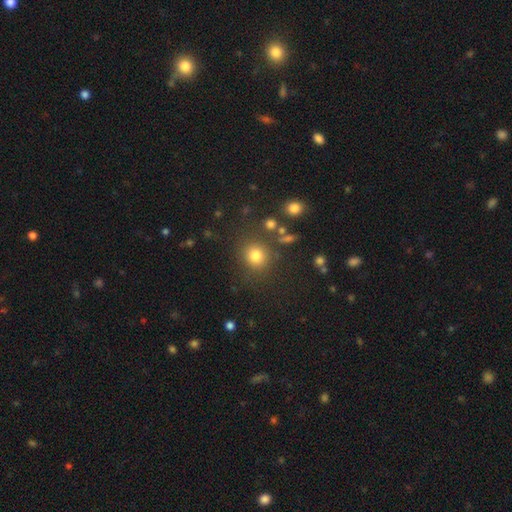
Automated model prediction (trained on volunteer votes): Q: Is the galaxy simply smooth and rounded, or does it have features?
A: smooth — 79%.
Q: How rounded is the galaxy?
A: round — 87%.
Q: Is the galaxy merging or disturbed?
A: none — 80%.